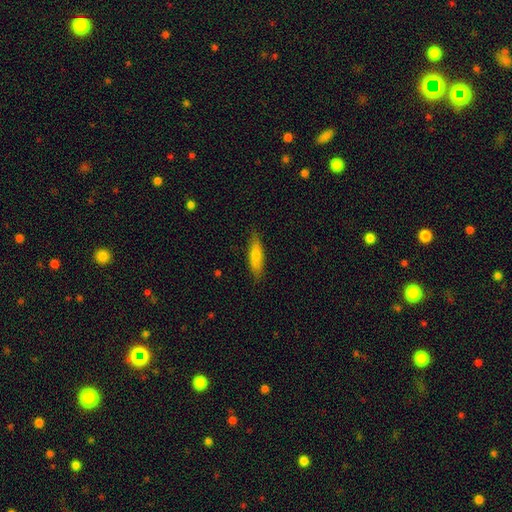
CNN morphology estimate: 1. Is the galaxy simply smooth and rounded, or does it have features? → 70% smooth, 23% featured or disk, 7% star or artifact.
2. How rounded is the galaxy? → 69% cigar-shaped, 29% in between, 2% round.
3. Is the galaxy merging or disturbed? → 86% none, 11% minor disturbance, 2% major disturbance, 1% merger.